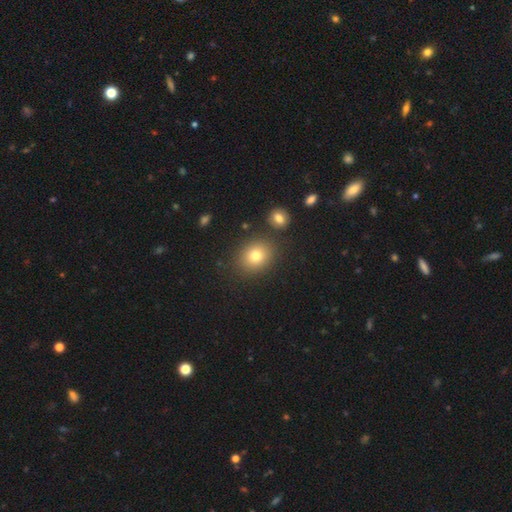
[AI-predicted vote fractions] smooth-or-featured: smooth: 78% | star or artifact: 13% | featured or disk: 9%
  how-rounded: round: 61% | in between: 38% | cigar-shaped: 1%
  merging: none: 82% | minor disturbance: 9% | merger: 6% | major disturbance: 3%